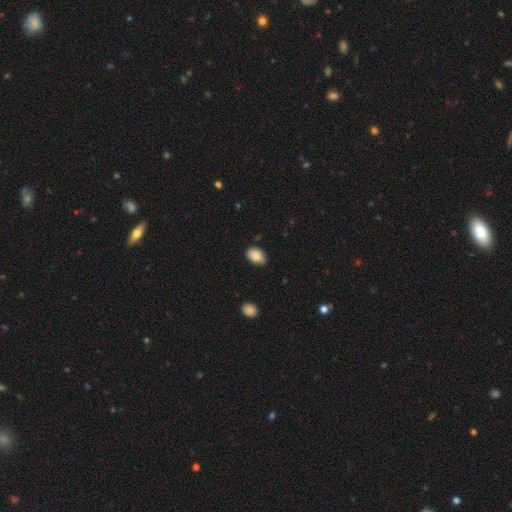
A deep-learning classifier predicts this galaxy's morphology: smooth-or-featured: smooth: 88% | star or artifact: 7% | featured or disk: 5%
  how-rounded: in between: 85% | round: 14% | cigar-shaped: 1%
  merging: none: 83% | minor disturbance: 14% | major disturbance: 2% | merger: 1%